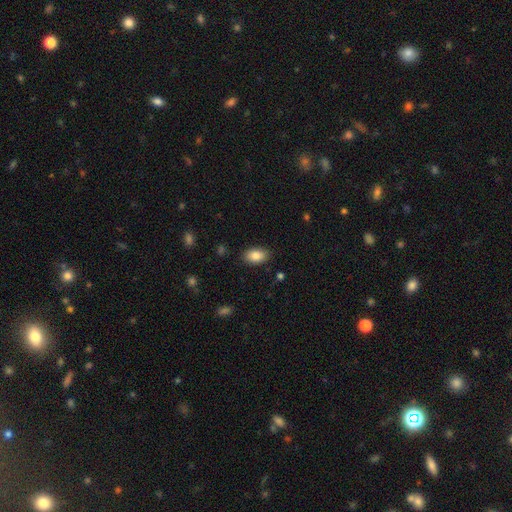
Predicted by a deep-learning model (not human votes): A smooth galaxy with no disk features (84%) that is in between round and cigar-shaped (92%).

Vote fractions:
- Smooth or featured? smooth: 84% / featured or disk: 9% / star or artifact: 7%
- How rounded? in between: 92% / round: 6% / cigar-shaped: 2%
- Merging? none: 87% / minor disturbance: 10% / major disturbance: 2% / merger: 1%